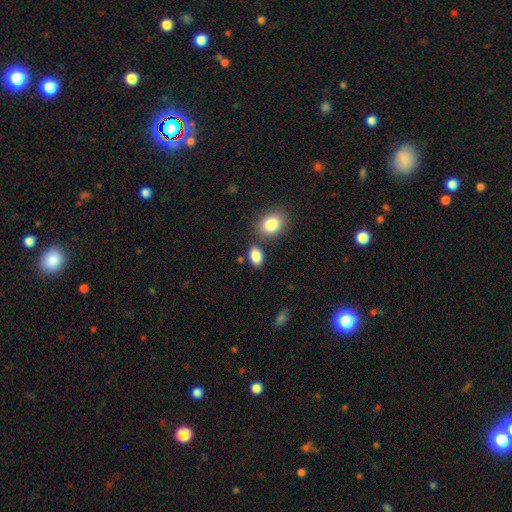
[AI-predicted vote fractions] Smooth or featured? smooth (86%)
How rounded? in between (84%)
Merging? none (74%)